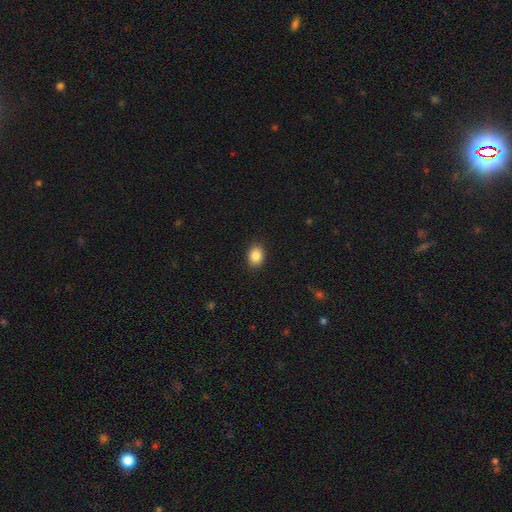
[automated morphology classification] smooth 87%, star or artifact 9%, featured or disk 4%. Down the decision tree: how rounded — in between (66%); merging — none (89%).